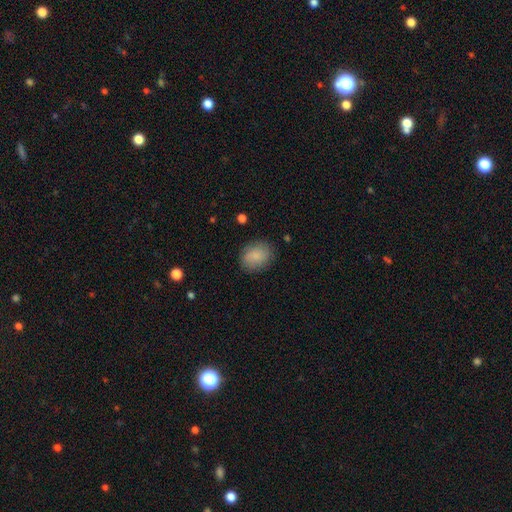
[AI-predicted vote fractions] Q: Smooth or featured?
A: smooth (85%); runner-up: featured or disk (8%)
Q: How rounded?
A: in between (50%); runner-up: round (49%)
Q: Merging?
A: none (84%); runner-up: minor disturbance (12%)